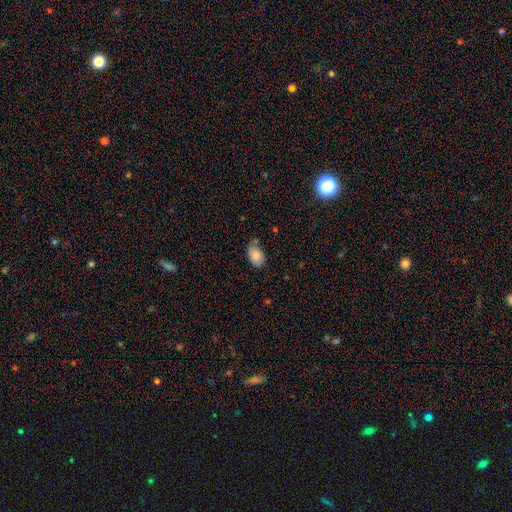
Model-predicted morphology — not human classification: Smooth or featured: smooth — 84% (star or artifact — 8%)
How rounded: in between — 87% (round — 12%)
Merging: none — 65% (minor disturbance — 24%)